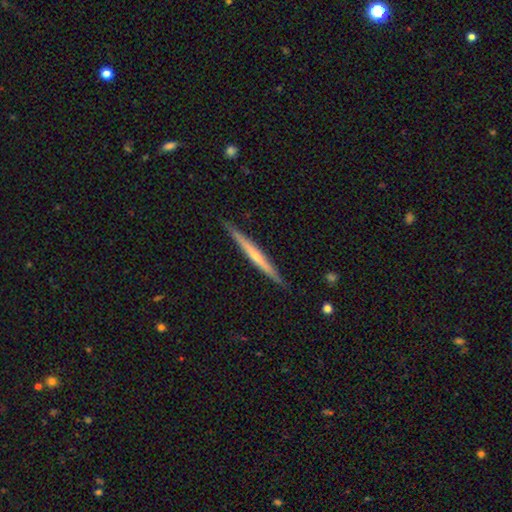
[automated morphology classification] Smooth or featured? featured or disk (61%)
Edge-on disk? yes (97%)
Edge-on bulge? none (58%)
Merging? none (89%)